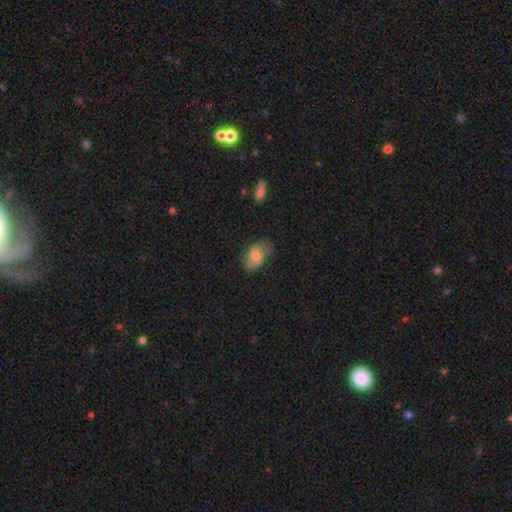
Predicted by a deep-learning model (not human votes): Smooth or featured? smooth (56%)
How rounded? in between (87%)
Merging? none (63%)